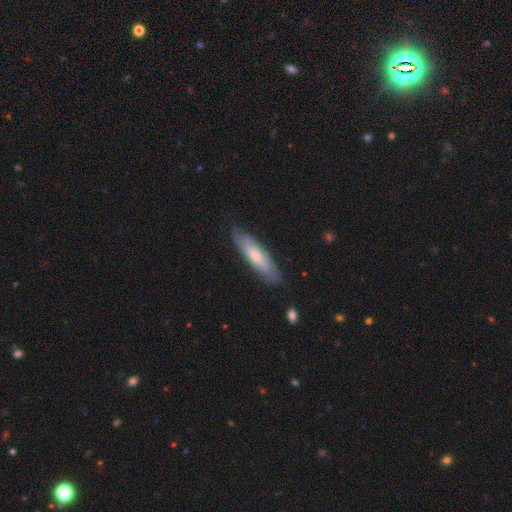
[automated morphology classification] A smooth galaxy with no disk features (51%) that is cigar-shaped (64%).

Vote fractions:
- Smooth or featured? smooth: 51% / featured or disk: 43% / star or artifact: 6%
- How rounded? cigar-shaped: 64% / in between: 35% / round: 2%
- Merging? none: 80% / minor disturbance: 16% / major disturbance: 3% / merger: 1%